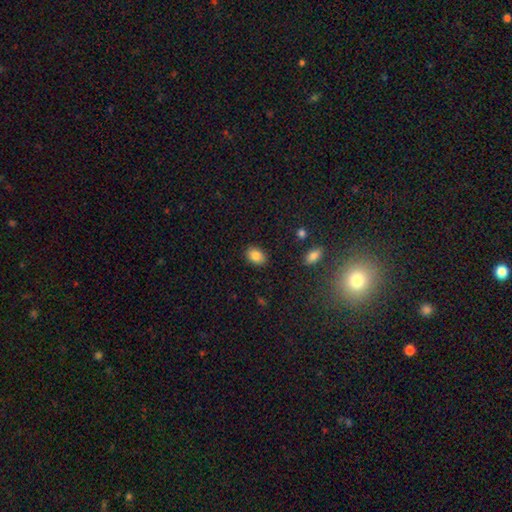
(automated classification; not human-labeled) Smooth or featured? smooth (85%)
How rounded? in between (78%)
Merging? none (87%)